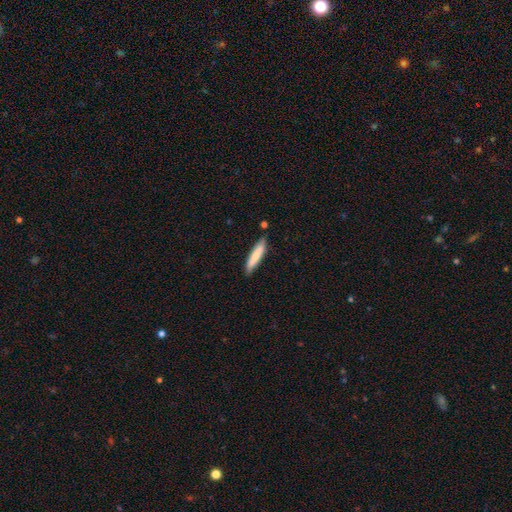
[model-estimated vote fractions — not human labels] This is likely a smooth galaxy (77%). How rounded: clearly cigar-shaped (87%). Merging: clearly none (83%).